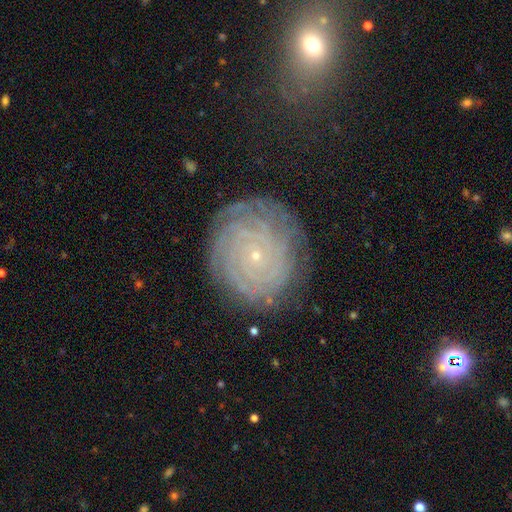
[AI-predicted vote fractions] Smooth or featured: featured or disk — 81% (smooth — 10%)
Edge-on disk: no — 98% (yes — 2%)
Bar: no — 83% (weak — 13%)
Spiral arms: yes — 96% (no — 4%)
Spiral winding: tight — 89% (medium — 9%)
Spiral arm count: can't tell — 30% (4 — 19%)
Bulge size: small — 90% (moderate — 7%)
Merging: none — 82% (minor disturbance — 13%)